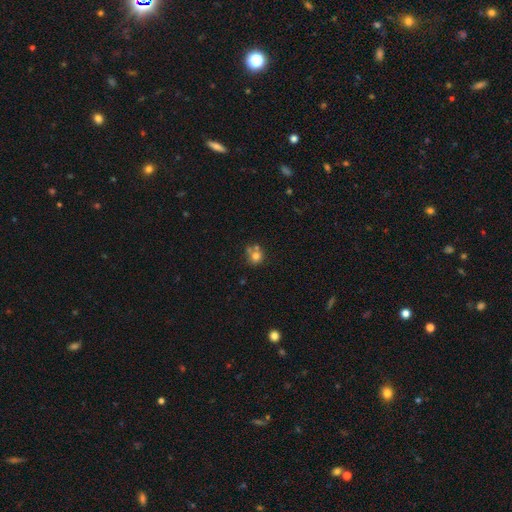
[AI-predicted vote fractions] This is likely a smooth galaxy (72%). How rounded: clearly round (83%). Merging: possibly none (50%).